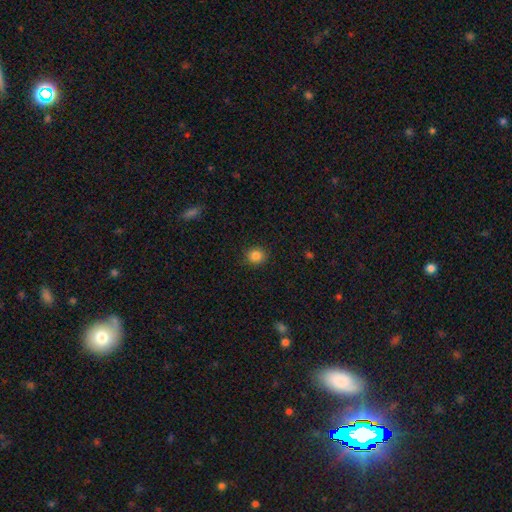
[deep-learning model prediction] Morphology: type=smooth (85%); roundness=round (80%); merging=none (90%).